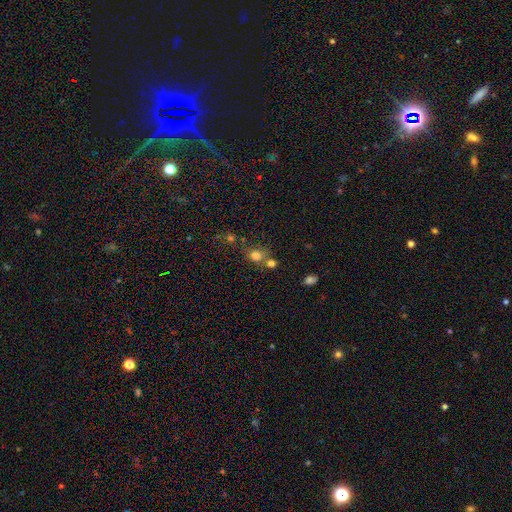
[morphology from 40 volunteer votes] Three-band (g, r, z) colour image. It shows a smooth galaxy with no disk features (88%) that is in between round and cigar-shaped (54%). Merging: none (38%).